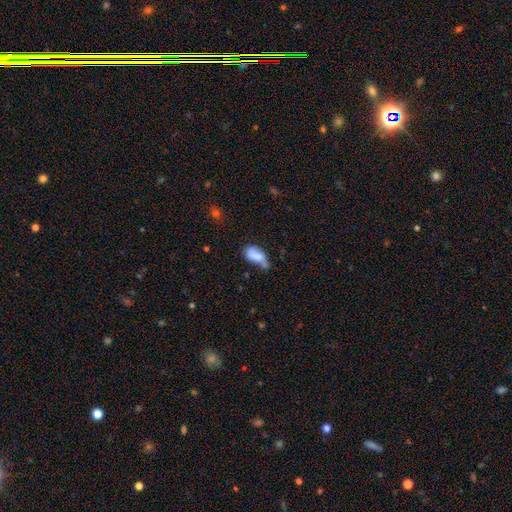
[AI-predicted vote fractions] This appears to be a smooth galaxy with no disk features (74%) that is in between round and cigar-shaped (89%). Merging: minor disturbance (34%).